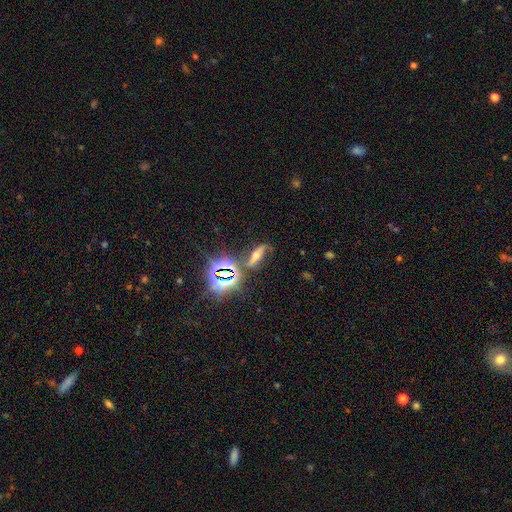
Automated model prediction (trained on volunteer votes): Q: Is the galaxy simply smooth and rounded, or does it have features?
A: featured or disk — 43%.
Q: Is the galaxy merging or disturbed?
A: none — 66%.